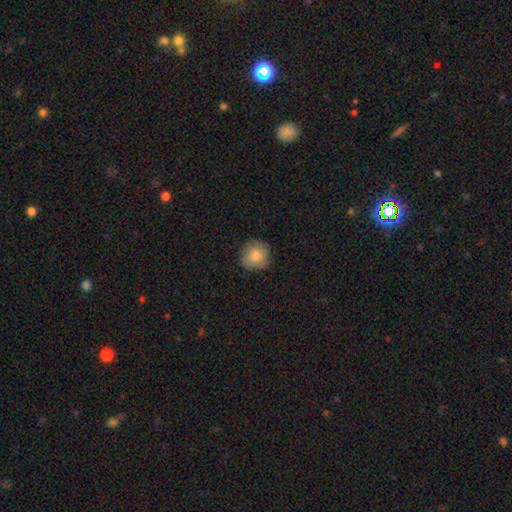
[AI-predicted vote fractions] This appears to be a smooth galaxy with no disk features (81%) that is round (89%). Merging: none (79%).